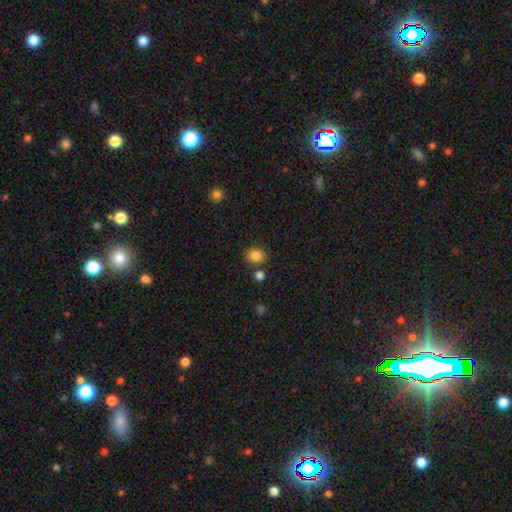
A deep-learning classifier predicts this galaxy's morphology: Smooth or featured?
  - smooth: 85% *
  - star or artifact: 11%
  - featured or disk: 4%
How rounded?
  - round: 69% *
  - in between: 30%
  - cigar-shaped: 1%
Merging?
  - none: 79% *
  - minor disturbance: 9%
  - merger: 9%
  - major disturbance: 3%